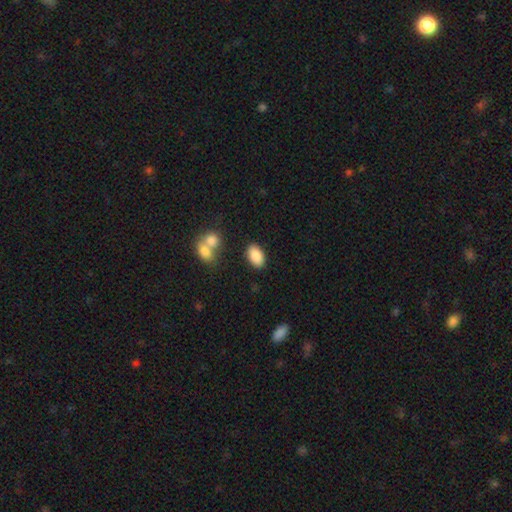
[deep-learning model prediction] Smooth or featured? Predicted: smooth (p=0.88). How rounded? Predicted: in between (p=0.92). Merging? Predicted: none (p=0.83).